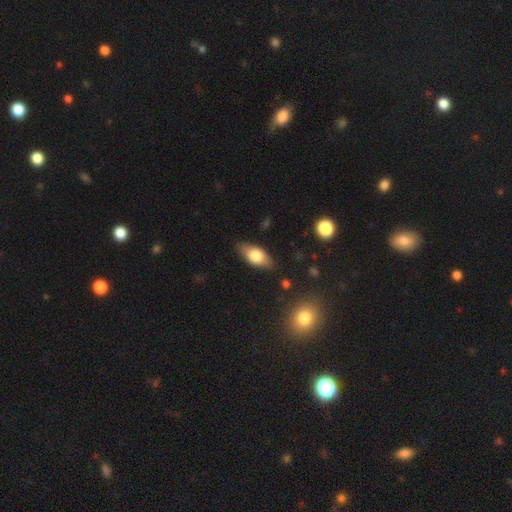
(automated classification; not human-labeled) Smooth or featured?
  - smooth: 67% *
  - featured or disk: 26%
  - star or artifact: 7%
How rounded?
  - in between: 84% *
  - cigar-shaped: 12%
  - round: 5%
Merging?
  - none: 83% *
  - minor disturbance: 13%
  - major disturbance: 3%
  - merger: 1%